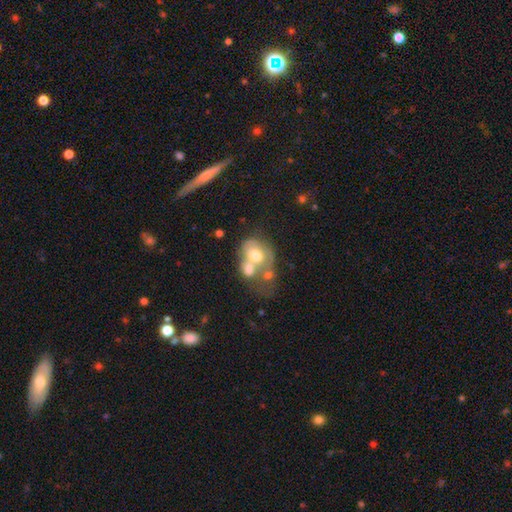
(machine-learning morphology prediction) smooth 51%, featured or disk 40%, star or artifact 8%. Down the decision tree: how rounded — in between (57%); merging — merger (65%).